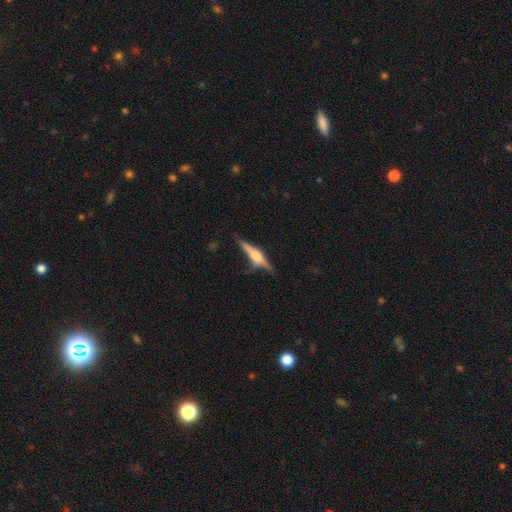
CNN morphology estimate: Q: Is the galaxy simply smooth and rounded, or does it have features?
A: featured or disk — 69%.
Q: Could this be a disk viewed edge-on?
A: yes — 96%.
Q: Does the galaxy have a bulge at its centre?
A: rounded — 84%.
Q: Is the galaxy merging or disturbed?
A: none — 72%.